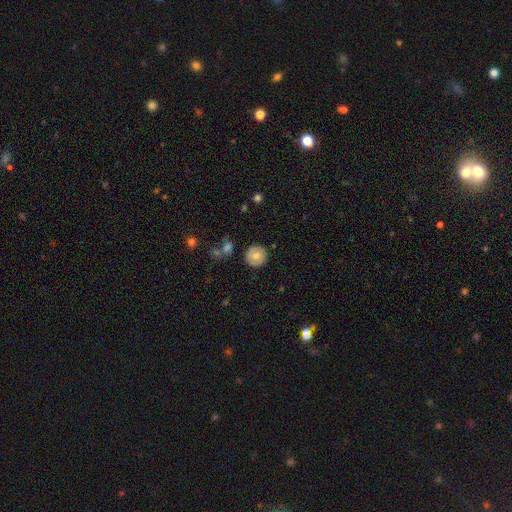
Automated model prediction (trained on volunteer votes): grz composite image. It shows a smooth galaxy with no disk features (68%) that is round (94%). Merging: none (86%).